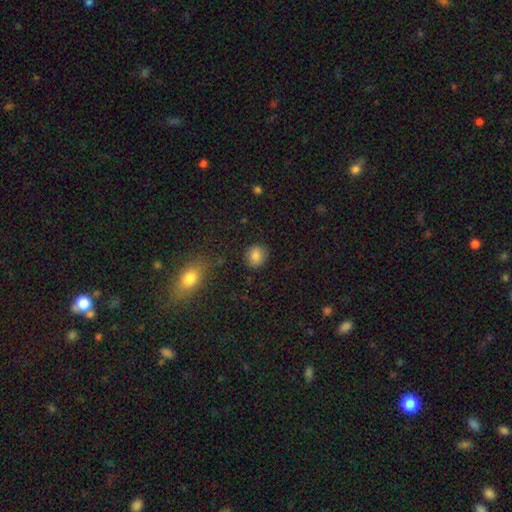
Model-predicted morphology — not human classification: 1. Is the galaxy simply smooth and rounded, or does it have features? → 82% smooth, 10% star or artifact, 8% featured or disk.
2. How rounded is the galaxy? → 76% round, 23% in between, 1% cigar-shaped.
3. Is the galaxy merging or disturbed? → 84% none, 11% minor disturbance, 3% major disturbance, 2% merger.